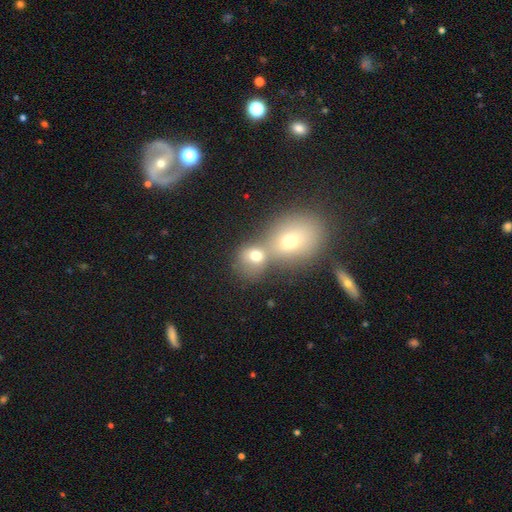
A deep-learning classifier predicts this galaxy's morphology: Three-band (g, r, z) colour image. It shows a smooth galaxy with no disk features (71%) that is round (72%). Merging: merger (55%).